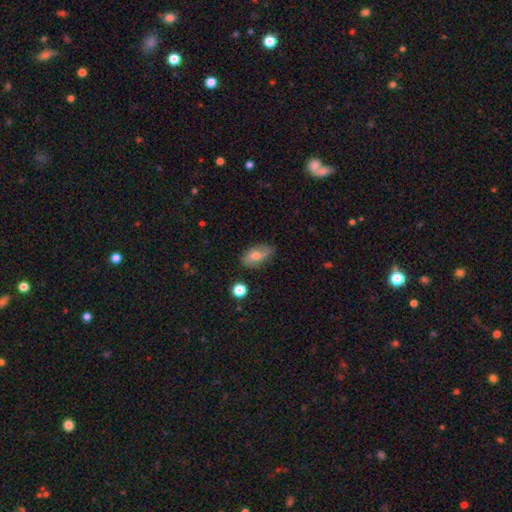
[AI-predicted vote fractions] Overall: smooth (54%; featured or disk 38%). How rounded: in between (87%). Merging: none (76%).